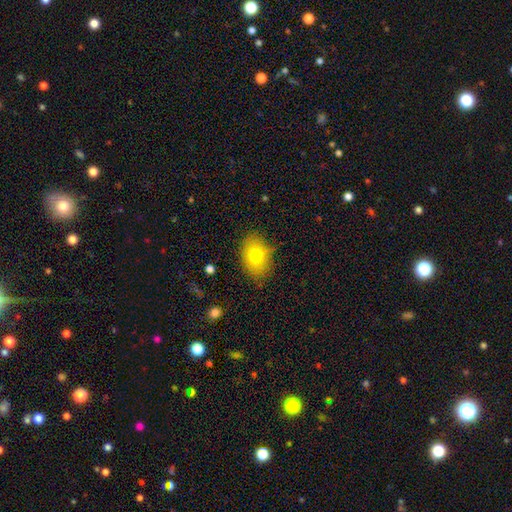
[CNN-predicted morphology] Smooth or featured? Predicted: smooth (p=0.75). How rounded? Predicted: in between (p=0.76). Merging? Predicted: none (p=0.77).